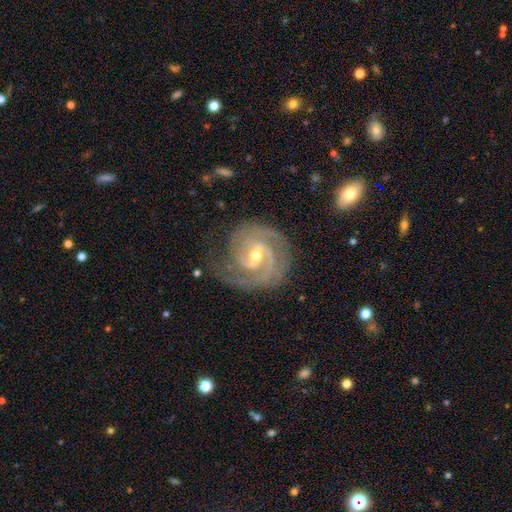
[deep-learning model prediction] Smooth or featured?
  - featured or disk: 92% *
  - star or artifact: 5%
  - smooth: 3%
Edge-on disk?
  - no: 98% *
  - yes: 2%
Bar?
  - weak: 53% *
  - no: 24%
  - strong: 23%
Spiral arms?
  - yes: 98% *
  - no: 2%
Spiral winding?
  - tight: 66% *
  - medium: 30%
  - loose: 4%
Spiral arm count?
  - 2: 53% *
  - 3: 25%
  - can't tell: 9%
  - 4: 5%
  - 1: 4%
  - more than 4: 4%
Bulge size?
  - moderate: 51% *
  - small: 46%
  - large: 1%
  - none: 1%
  - dominant: 1%
Merging?
  - none: 74% *
  - minor disturbance: 18%
  - major disturbance: 7%
  - merger: 2%